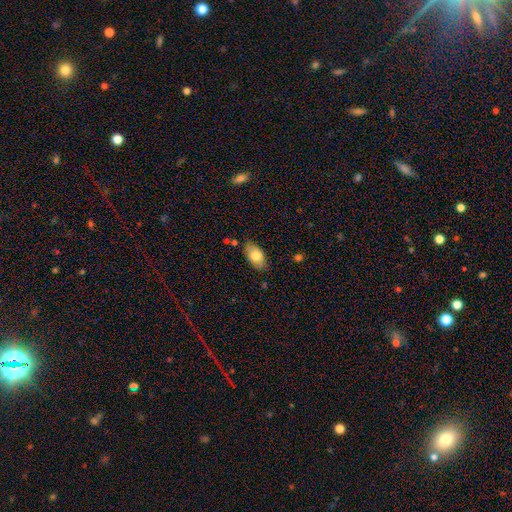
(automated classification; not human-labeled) Smooth or featured? smooth (76%)
How rounded? in between (93%)
Merging? none (78%)